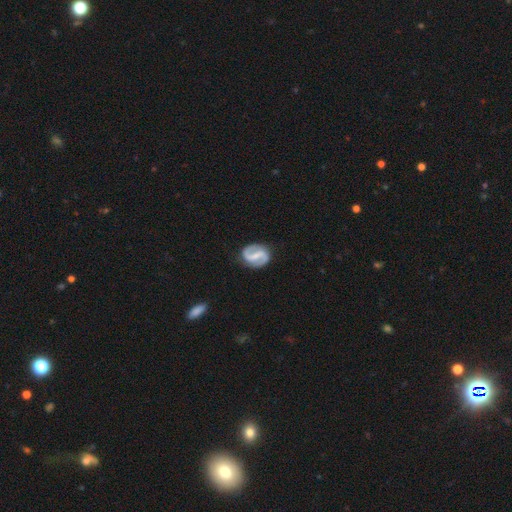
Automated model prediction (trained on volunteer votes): Smooth or featured: featured or disk — 88% (smooth — 8%)
Edge-on disk: no — 98% (yes — 2%)
Bar: strong — 46% (weak — 39%)
Spiral arms: yes — 96% (no — 4%)
Spiral winding: medium — 50% (loose — 31%)
Spiral arm count: 2 — 94% (can't tell — 2%)
Bulge size: small — 47% (none — 26%)
Merging: none — 87% (minor disturbance — 10%)